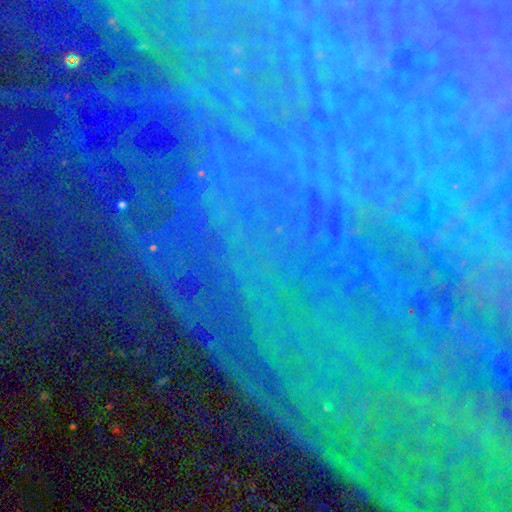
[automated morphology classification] A star or artifact, not a galaxy (85%).

Vote fractions:
- Smooth or featured? star or artifact: 85% / featured or disk: 8% / smooth: 7%